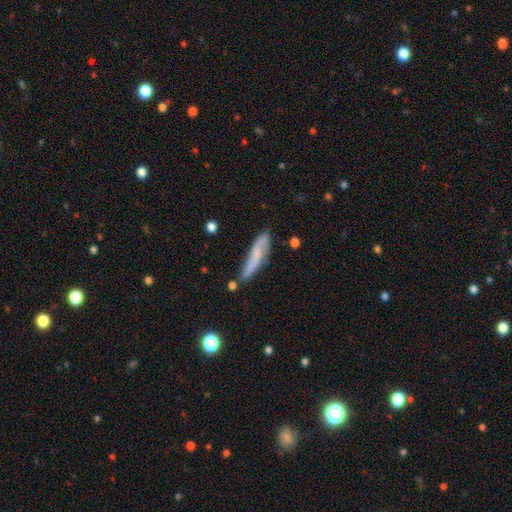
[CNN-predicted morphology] The model was most divided on "smooth or featured": featured or disk: 50%, smooth: 41%, star or artifact: 8%. More confident: edge-on disk — no (63%); merging — none (63%).